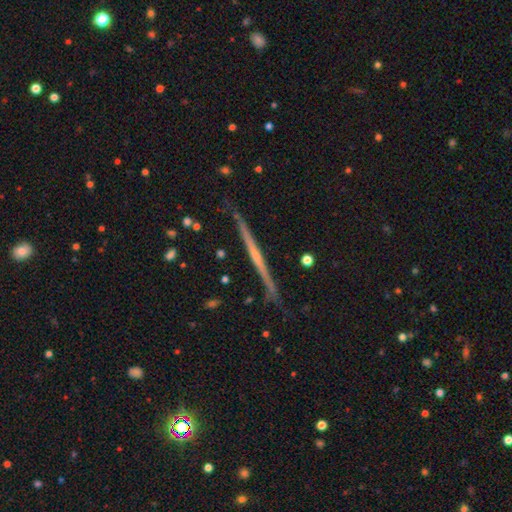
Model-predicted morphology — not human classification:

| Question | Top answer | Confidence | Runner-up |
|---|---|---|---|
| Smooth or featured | featured or disk | 78% | smooth (15%) |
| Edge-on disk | yes | 98% | no (2%) |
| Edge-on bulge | none | 49% | rounded (44%) |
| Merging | none | 89% | minor disturbance (8%) |